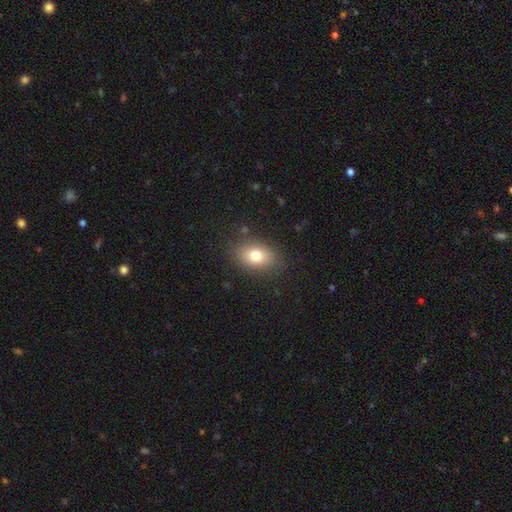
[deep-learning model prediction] smooth_or_featured: smooth (p=0.77) [alt: featured or disk p=0.13]
how_rounded: in between (p=0.79) [alt: round p=0.19]
merging: none (p=0.83) [alt: minor disturbance p=0.11]